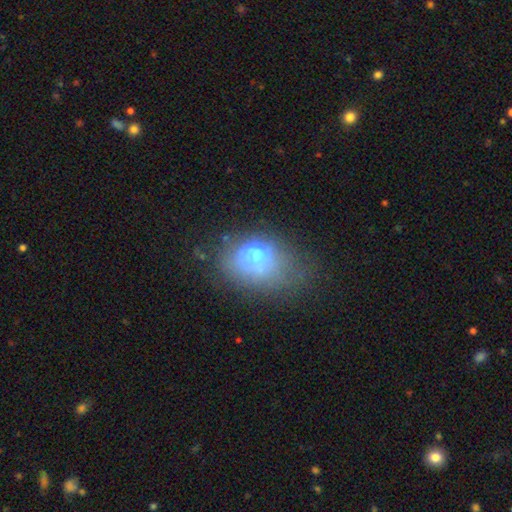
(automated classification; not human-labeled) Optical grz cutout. It shows a smooth galaxy with no disk features (61%) that is in between round and cigar-shaped (68%). Merging: none (37%).